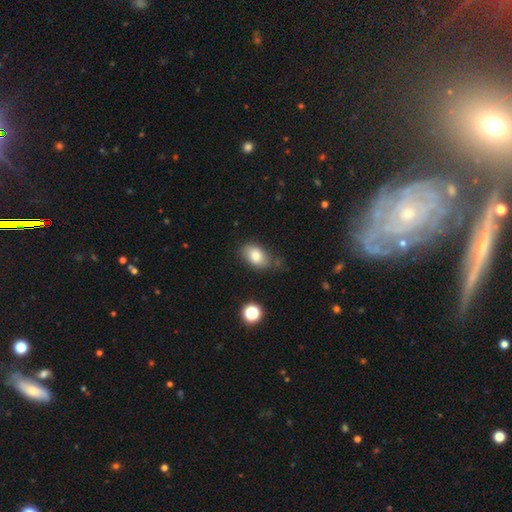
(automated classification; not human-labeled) A smooth galaxy with no disk features (81%) that is in between round and cigar-shaped (85%). Merging: none (65%).